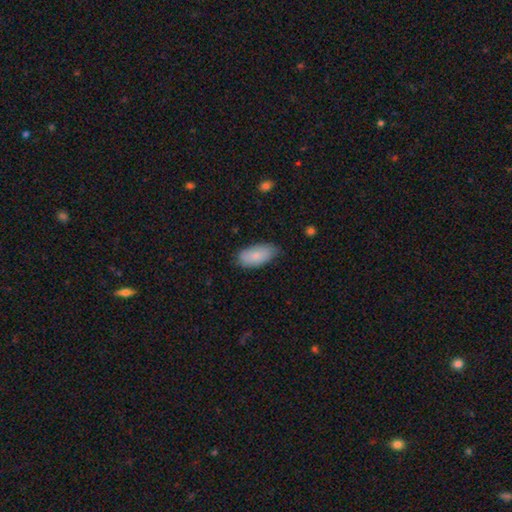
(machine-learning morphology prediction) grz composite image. It shows a smooth galaxy with no disk features (82%) that is in between round and cigar-shaped (93%). Merging: none (72%).